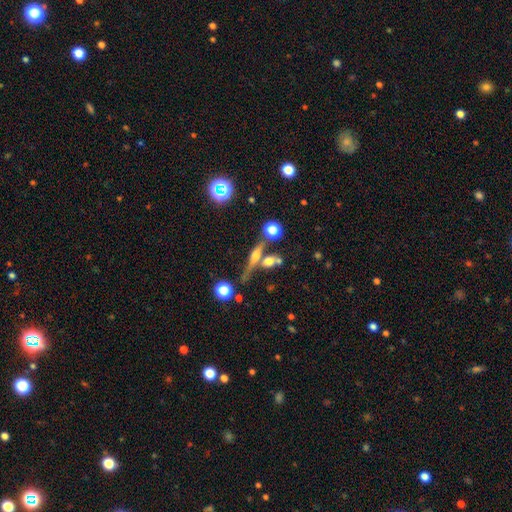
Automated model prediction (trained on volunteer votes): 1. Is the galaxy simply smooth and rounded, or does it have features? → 62% featured or disk, 25% smooth, 13% star or artifact.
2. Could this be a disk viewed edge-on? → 92% yes, 8% no.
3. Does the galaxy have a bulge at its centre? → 85% rounded, 9% boxy, 6% none.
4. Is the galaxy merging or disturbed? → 61% none, 21% merger, 12% minor disturbance, 6% major disturbance.